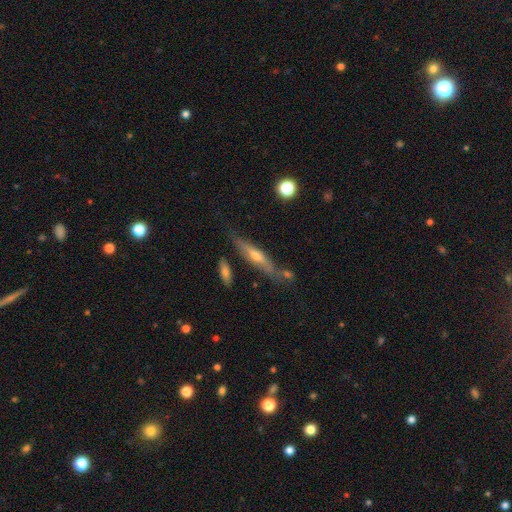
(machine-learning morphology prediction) featured or disk 60%, smooth 33%, star or artifact 7%. Down the decision tree: edge-on disk — yes (87%); edge-on bulge — rounded (71%); merging — none (71%).